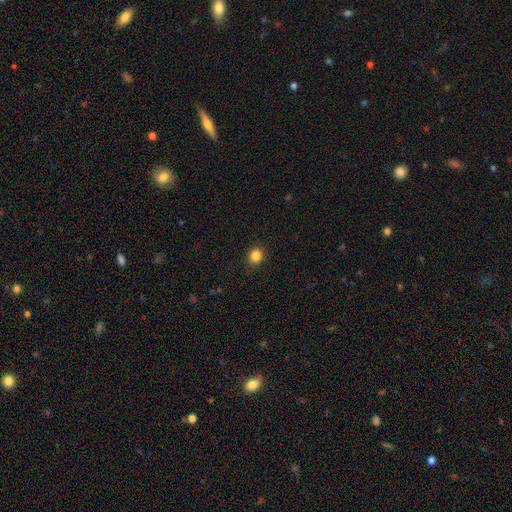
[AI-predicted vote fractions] Smooth or featured? Predicted: smooth (p=0.85). How rounded? Predicted: round (p=0.72). Merging? Predicted: none (p=0.91).